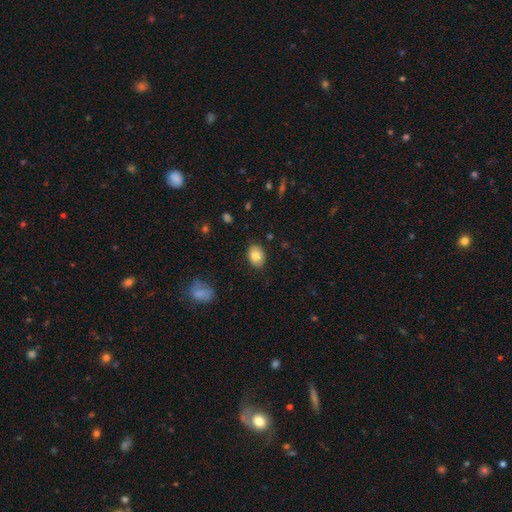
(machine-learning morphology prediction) This is clearly a smooth galaxy (81%). How rounded: likely in between (76%). Merging: clearly none (86%).